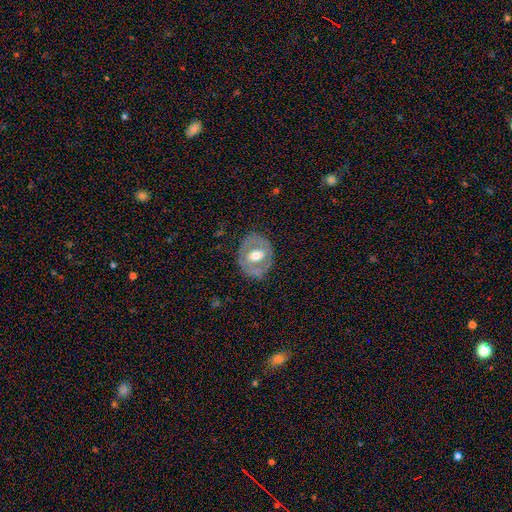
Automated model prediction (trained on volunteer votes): The model was most divided on "smooth or featured": featured or disk: 55%, smooth: 39%, star or artifact: 6%. More confident: edge-on disk — no (94%); spiral arms — no (80%); merging — none (76%); bulge size — moderate (68%); bar — no (57%).